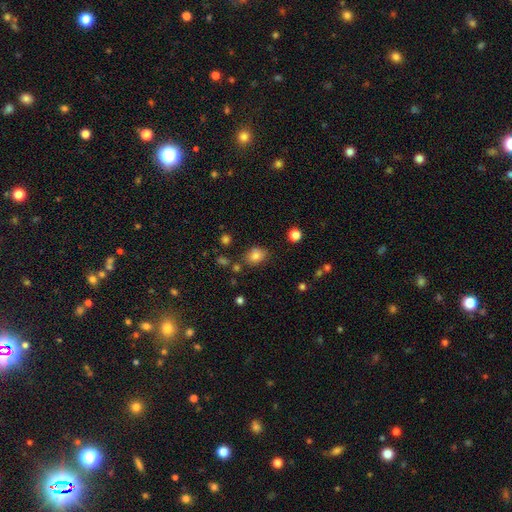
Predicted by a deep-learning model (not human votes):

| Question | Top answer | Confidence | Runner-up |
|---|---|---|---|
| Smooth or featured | smooth | 80% | star or artifact (12%) |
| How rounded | in between | 51% | round (48%) |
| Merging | none | 75% | minor disturbance (16%) |